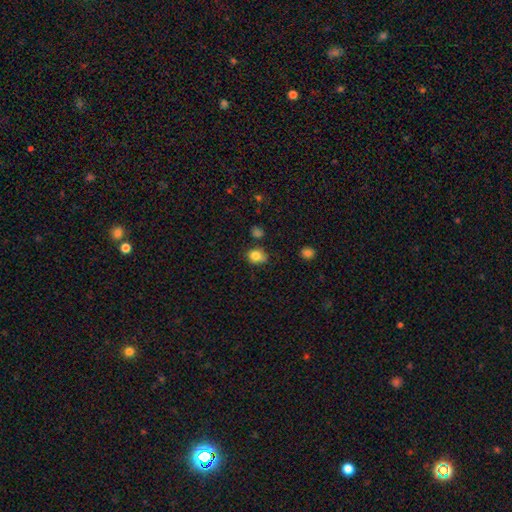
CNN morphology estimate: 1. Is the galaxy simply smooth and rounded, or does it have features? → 82% smooth, 10% star or artifact, 7% featured or disk.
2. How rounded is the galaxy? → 51% round, 48% in between, 1% cigar-shaped.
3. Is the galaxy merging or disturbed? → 65% none, 25% minor disturbance, 5% major disturbance, 5% merger.